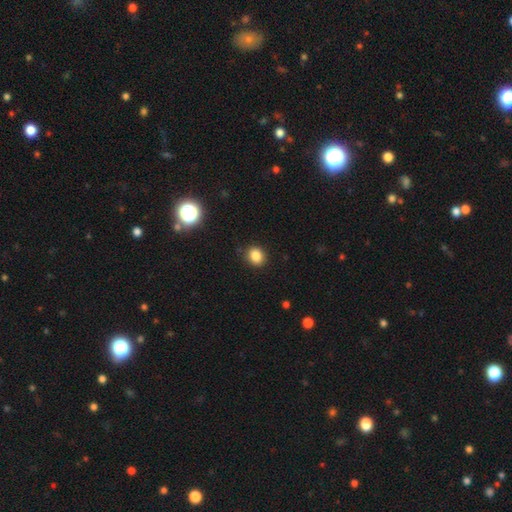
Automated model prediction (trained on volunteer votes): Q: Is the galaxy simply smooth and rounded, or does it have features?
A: smooth — 84%.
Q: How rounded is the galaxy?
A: round — 61%.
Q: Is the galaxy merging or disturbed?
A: none — 89%.